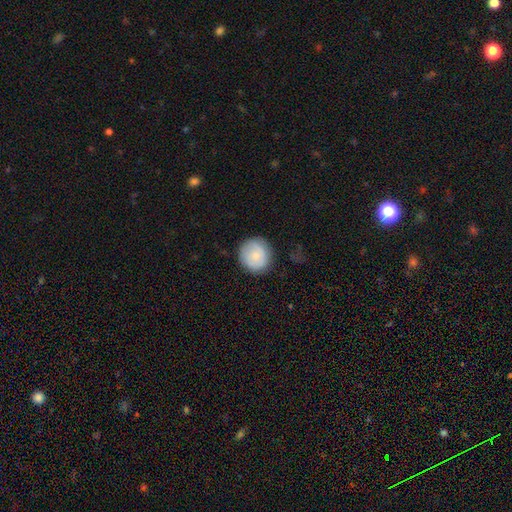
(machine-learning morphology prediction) The model was most divided on "smooth or featured": smooth: 75%, featured or disk: 19%, star or artifact: 7%. More confident: how rounded — round (92%); merging — none (84%).